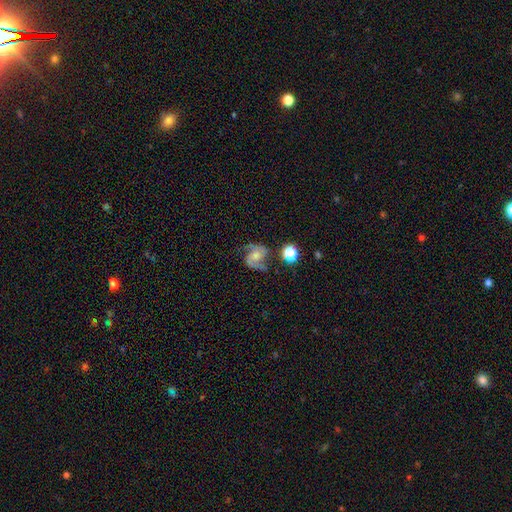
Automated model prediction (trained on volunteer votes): smooth-or-featured: featured or disk: 83% | smooth: 10% | star or artifact: 7%
  disk-edge-on: no: 98% | yes: 2%
    bar: no: 60% | weak: 32% | strong: 8%
    has-spiral-arms: yes: 96% | no: 4%
      spiral-winding: medium: 52% | loose: 33% | tight: 15%
      spiral-arm-count: 2: 92% | can't tell: 3% | 1: 2% | 3: 1% | 4: 1% | more than 4: 1%
    bulge-size: moderate: 38% | small: 33% | none: 17% | large: 10% | dominant: 2%
  merging: none: 61% | minor disturbance: 20% | major disturbance: 13% | merger: 6%